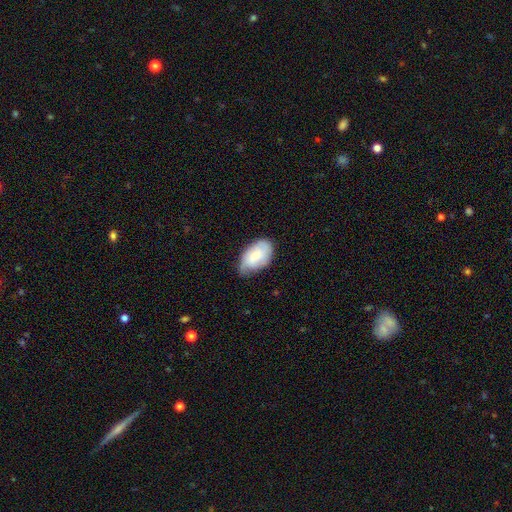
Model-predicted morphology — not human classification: Overall: smooth (67%). How rounded: in between (92%). Merging: none (50%; minor disturbance 41%).